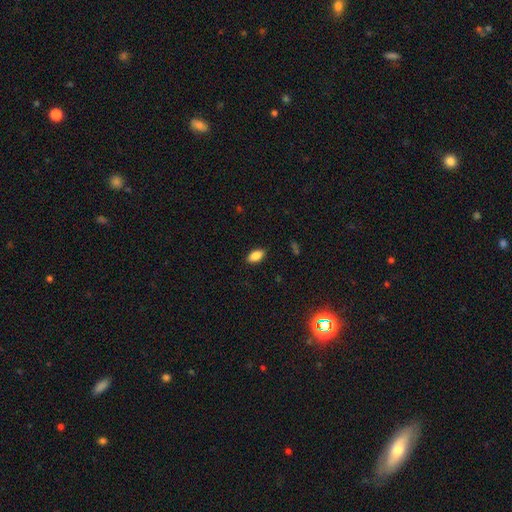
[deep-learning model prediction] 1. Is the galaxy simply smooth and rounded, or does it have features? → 84% smooth, 8% featured or disk, 8% star or artifact.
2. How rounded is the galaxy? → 90% in between, 6% cigar-shaped, 4% round.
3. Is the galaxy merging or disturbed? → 86% none, 11% minor disturbance, 2% major disturbance, 1% merger.